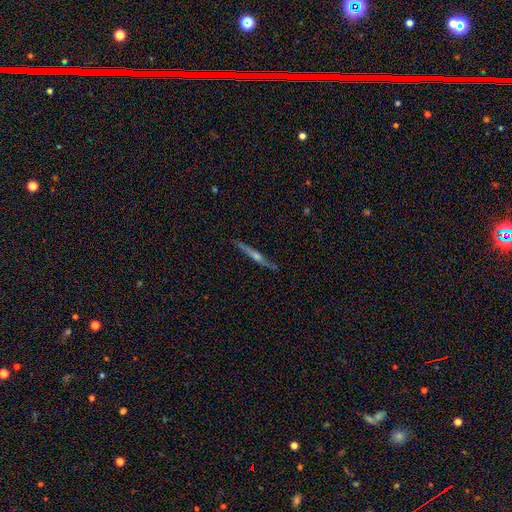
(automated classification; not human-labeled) Smooth or featured? Predicted: featured or disk (p=0.79). Edge-on disk? Predicted: yes (p=0.98). Edge-on bulge? Predicted: rounded (p=0.81). Merging? Predicted: none (p=0.89).